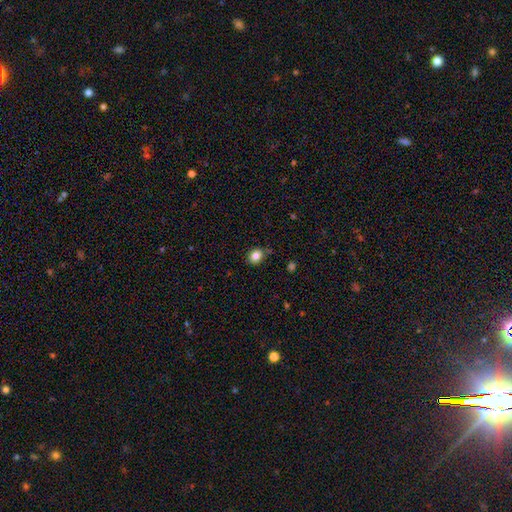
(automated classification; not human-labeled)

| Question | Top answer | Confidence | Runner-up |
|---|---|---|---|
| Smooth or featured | smooth | 83% | star or artifact (11%) |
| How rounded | round | 61% | in between (38%) |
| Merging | none | 81% | minor disturbance (14%) |